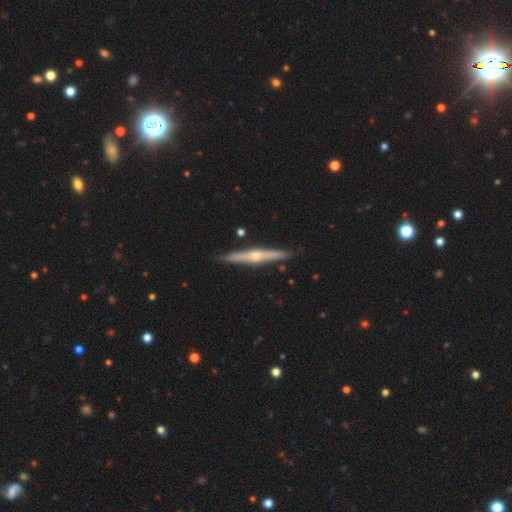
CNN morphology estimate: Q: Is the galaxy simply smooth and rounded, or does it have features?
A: featured or disk — 75%.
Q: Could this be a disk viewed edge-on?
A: yes — 97%.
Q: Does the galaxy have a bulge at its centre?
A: rounded — 86%.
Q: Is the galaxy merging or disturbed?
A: none — 90%.